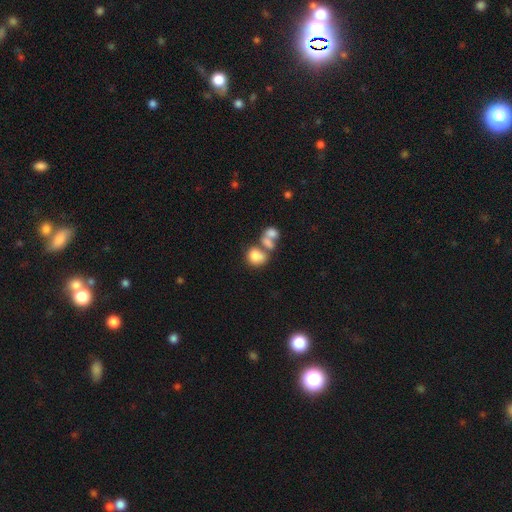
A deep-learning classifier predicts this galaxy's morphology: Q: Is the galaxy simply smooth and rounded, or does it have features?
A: smooth — 75%.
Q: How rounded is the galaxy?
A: in between — 55%.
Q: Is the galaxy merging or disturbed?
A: merger — 57%.